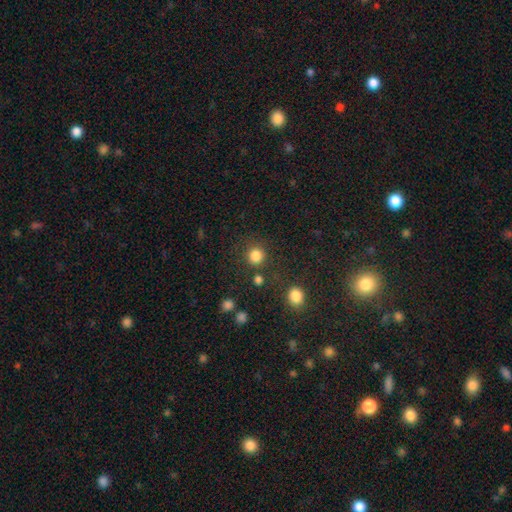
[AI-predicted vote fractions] Morphology: type=smooth (84%); roundness=round (90%); merging=none (81%).